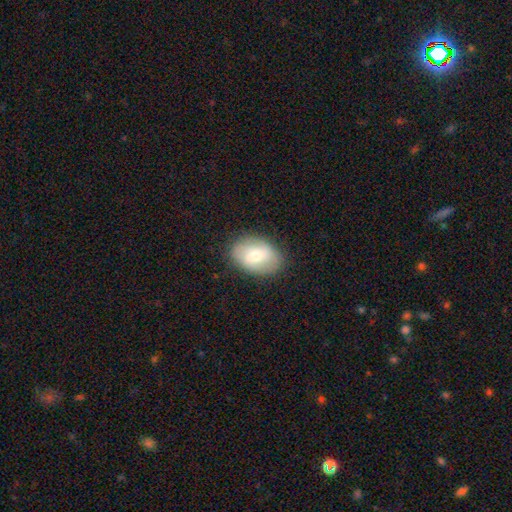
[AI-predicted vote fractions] smooth_or_featured: smooth (p=0.61) [alt: featured or disk p=0.32]
how_rounded: in between (p=0.82) [alt: round p=0.16]
merging: none (p=0.84) [alt: minor disturbance p=0.12]